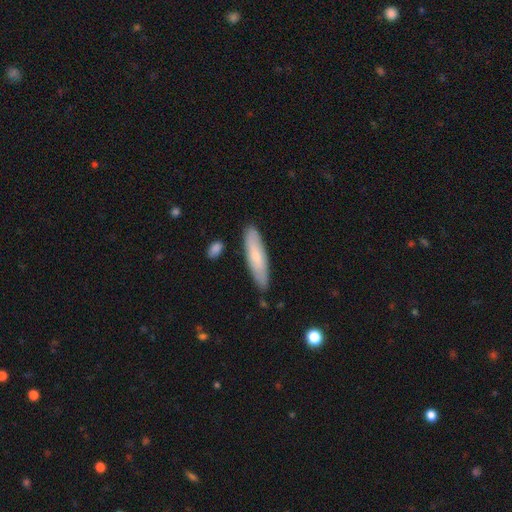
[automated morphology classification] type=smooth (65%); roundness=cigar-shaped (75%); merging=none (84%).